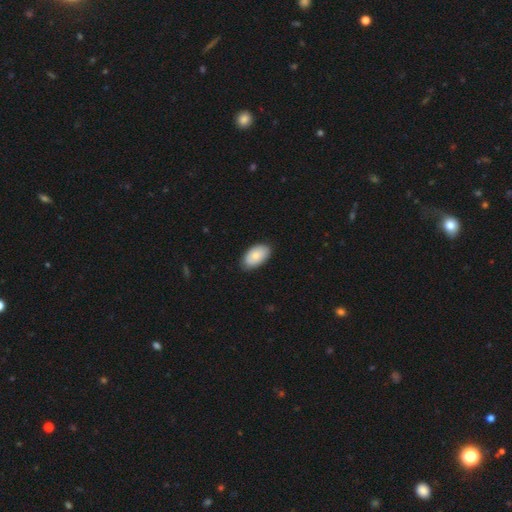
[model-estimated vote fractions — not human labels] The model was most divided on "smooth or featured": smooth: 78%, featured or disk: 16%, star or artifact: 6%. More confident: how rounded — in between (94%); merging — none (83%).